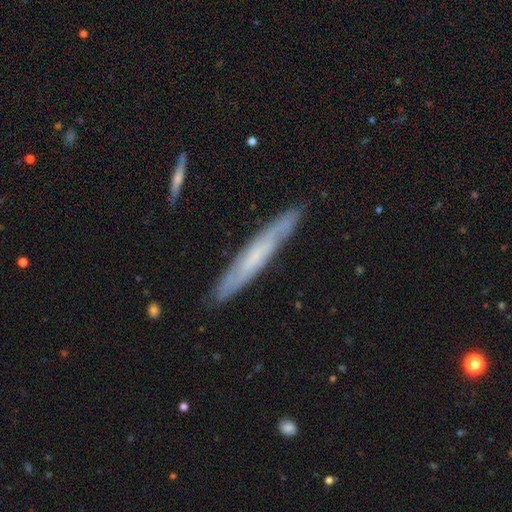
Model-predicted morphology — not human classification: Smooth or featured: featured or disk — 55% (smooth — 37%)
Edge-on disk: yes — 76% (no — 24%)
Merging: none — 86% (minor disturbance — 11%)